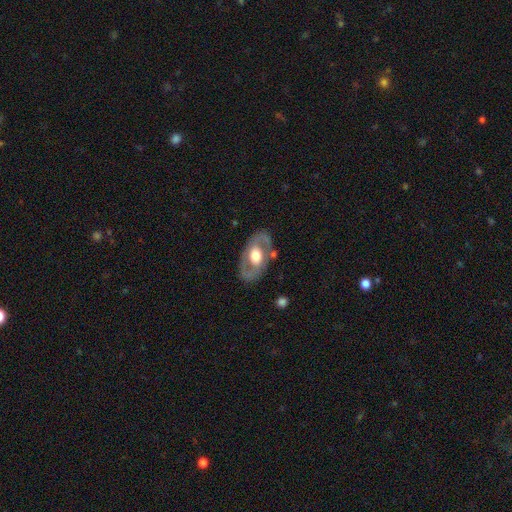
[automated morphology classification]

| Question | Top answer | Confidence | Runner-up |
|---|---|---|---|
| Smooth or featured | featured or disk | 72% | smooth (24%) |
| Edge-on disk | no | 93% | yes (7%) |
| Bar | no | 62% | weak (27%) |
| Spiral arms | yes | 60% | no (40%) |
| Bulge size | moderate | 54% | large (37%) |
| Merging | none | 77% | minor disturbance (14%) |